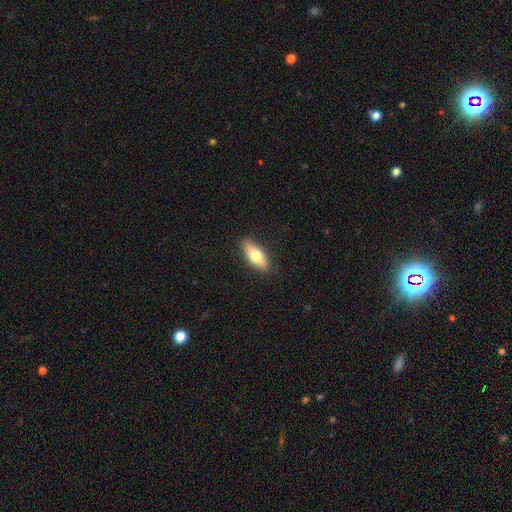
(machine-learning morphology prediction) smooth-or-featured: smooth: 70% | featured or disk: 23% | star or artifact: 6%
  how-rounded: in between: 73% | cigar-shaped: 24% | round: 3%
  merging: none: 88% | minor disturbance: 10% | major disturbance: 2% | merger: 1%